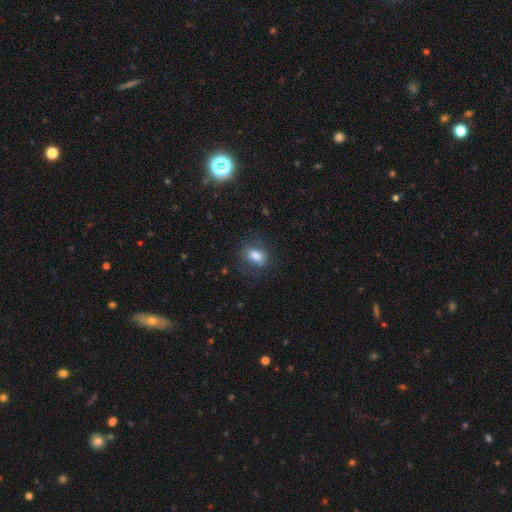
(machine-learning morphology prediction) The model was most divided on "merging": none: 74%, minor disturbance: 17%, major disturbance: 7%, merger: 1%. More confident: smooth or featured — smooth (82%); how rounded — in between (79%).